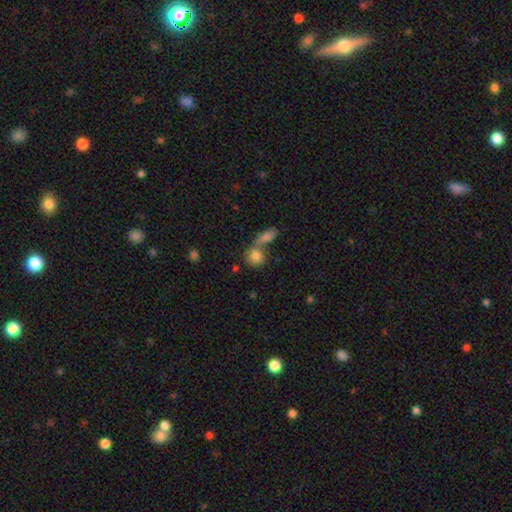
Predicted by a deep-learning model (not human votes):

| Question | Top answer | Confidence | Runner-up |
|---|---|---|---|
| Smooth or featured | smooth | 82% | featured or disk (9%) |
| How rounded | round | 65% | in between (32%) |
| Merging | merger | 46% | none (41%) |